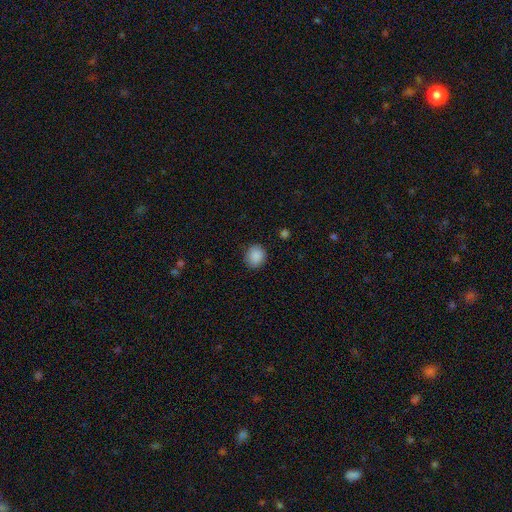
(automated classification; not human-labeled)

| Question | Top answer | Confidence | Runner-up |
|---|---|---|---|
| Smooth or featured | smooth | 89% | star or artifact (8%) |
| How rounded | round | 80% | in between (19%) |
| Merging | none | 88% | minor disturbance (9%) |